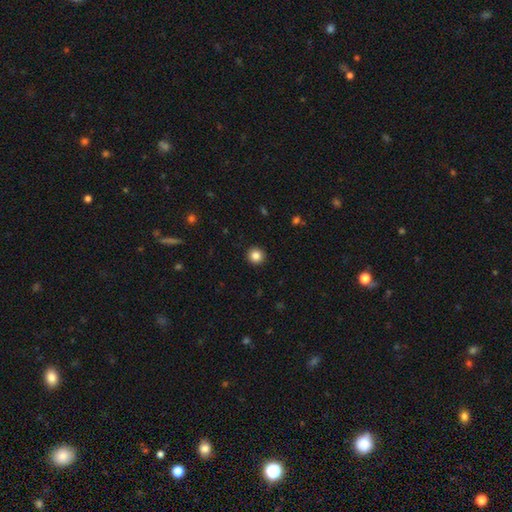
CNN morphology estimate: type=smooth (85%); roundness=round (95%); merging=none (93%).